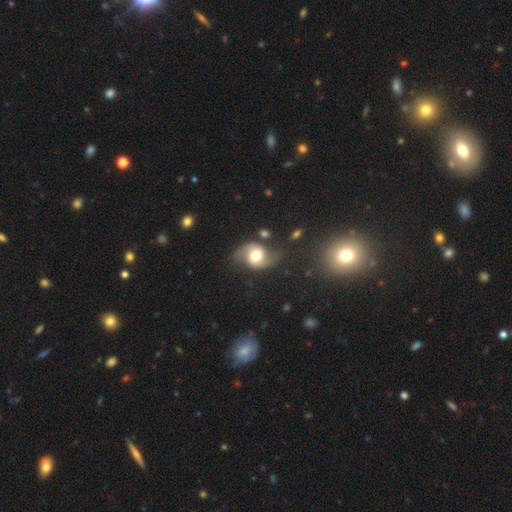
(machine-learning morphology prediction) This is likely a featured or disk galaxy (76%). It is clearly not viewed edge-on (97%). Bar: likely no (62%). Spiral arm pattern: clearly yes (92%). Spiral arm count: clearly 2 (93%). Spiral winding: possibly loose (56%). Central bulge: likely moderate (66%). Merging: likely none (70%).